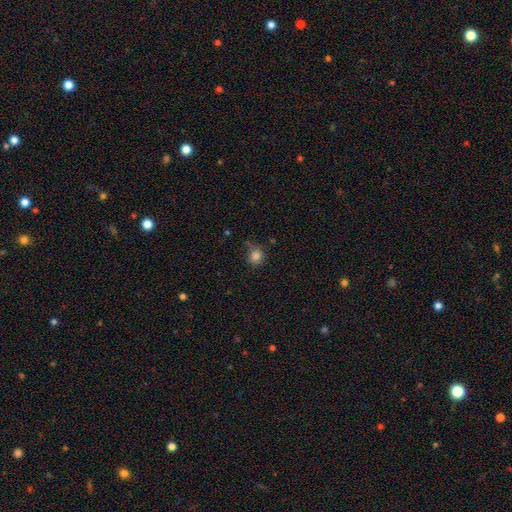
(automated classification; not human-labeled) The model was most divided on "merging": none: 70%, minor disturbance: 20%, merger: 5%, major disturbance: 5%. More confident: how rounded — round (85%); smooth or featured — smooth (84%).